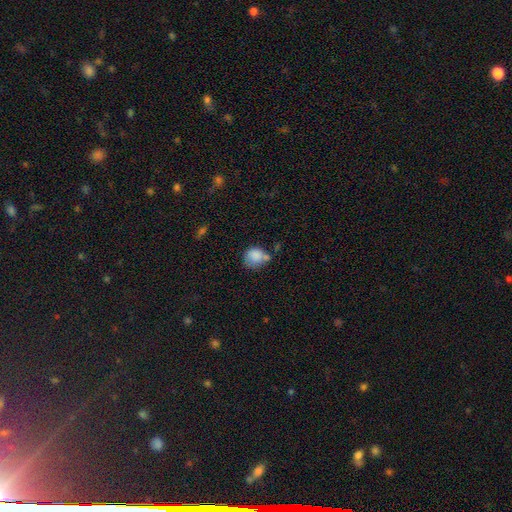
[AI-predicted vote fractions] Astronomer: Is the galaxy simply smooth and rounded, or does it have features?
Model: smooth — 82%.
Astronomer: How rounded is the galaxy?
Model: round — 75%.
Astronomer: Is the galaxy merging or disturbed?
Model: none — 44% (runner-up: minor disturbance, 27%).